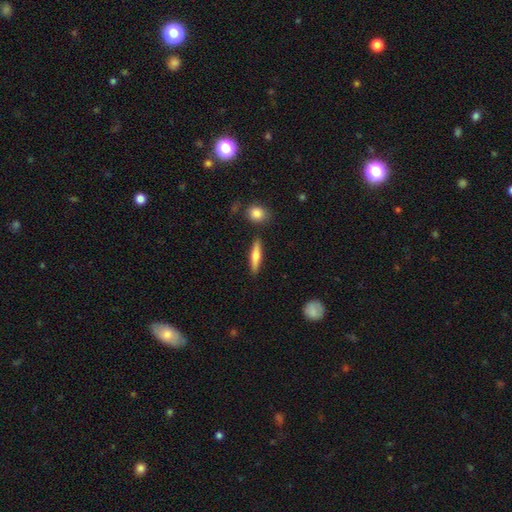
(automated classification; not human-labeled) Morphology: type=smooth (57%); roundness=cigar-shaped (79%); merging=none (85%).